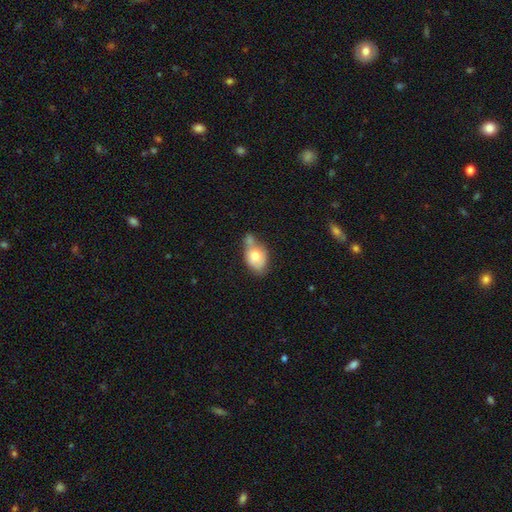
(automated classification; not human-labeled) A smooth galaxy with no disk features (70%) that is in between round and cigar-shaped (76%).

Vote fractions:
- Smooth or featured? smooth: 70% / featured or disk: 22% / star or artifact: 7%
- How rounded? in between: 76% / round: 22% / cigar-shaped: 2%
- Merging? merger: 37% / none: 31% / minor disturbance: 23% / major disturbance: 8%